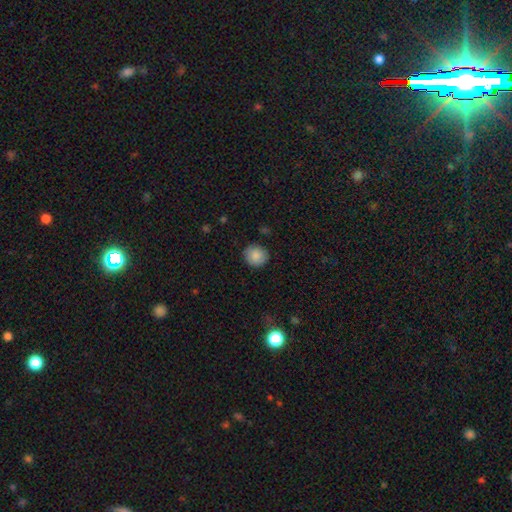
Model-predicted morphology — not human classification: This appears to be a smooth galaxy with no disk features (87%) that is round (88%). Merging: none (88%).